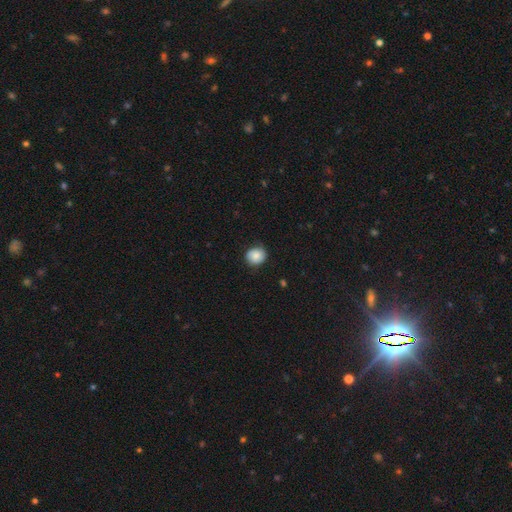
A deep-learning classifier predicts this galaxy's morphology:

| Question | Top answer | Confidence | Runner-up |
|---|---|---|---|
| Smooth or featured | smooth | 81% | featured or disk (11%) |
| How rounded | round | 78% | in between (21%) |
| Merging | none | 80% | minor disturbance (16%) |